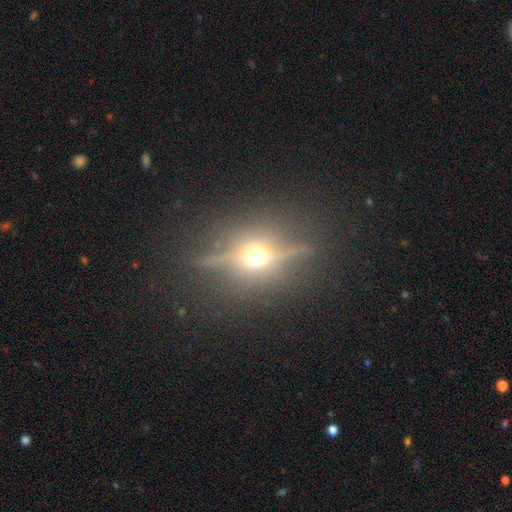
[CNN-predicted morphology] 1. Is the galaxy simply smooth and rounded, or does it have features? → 70% featured or disk, 15% smooth, 15% star or artifact.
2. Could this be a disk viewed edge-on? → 81% yes, 19% no.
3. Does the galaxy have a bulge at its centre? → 96% rounded, 2% boxy, 1% none.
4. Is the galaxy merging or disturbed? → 81% none, 11% minor disturbance, 6% major disturbance, 2% merger.